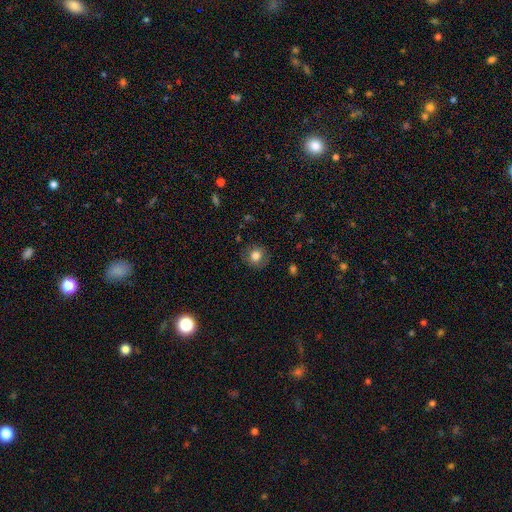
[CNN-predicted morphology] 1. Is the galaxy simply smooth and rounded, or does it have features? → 80% smooth, 10% star or artifact, 9% featured or disk.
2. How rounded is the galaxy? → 87% round, 12% in between, 1% cigar-shaped.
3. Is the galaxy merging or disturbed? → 81% none, 13% minor disturbance, 4% major disturbance, 1% merger.